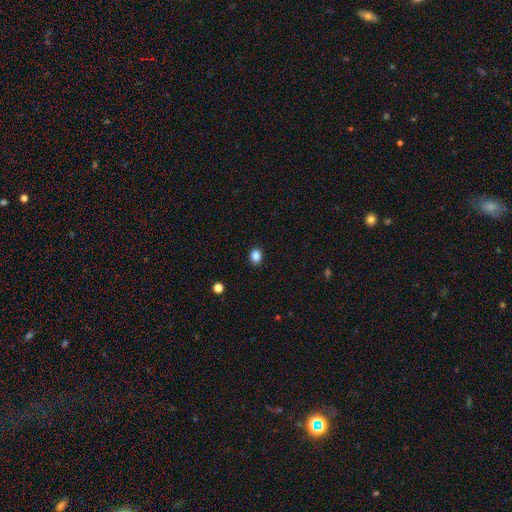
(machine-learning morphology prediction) Smooth or featured? Predicted: smooth (p=0.86). How rounded? Predicted: round (p=0.56). Merging? Predicted: none (p=0.90).